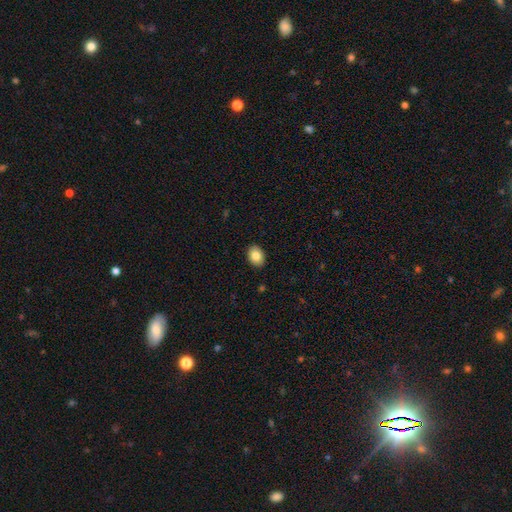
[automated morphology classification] Overall: smooth (83%). How rounded: in between (67%; round 32%). Merging: none (89%).